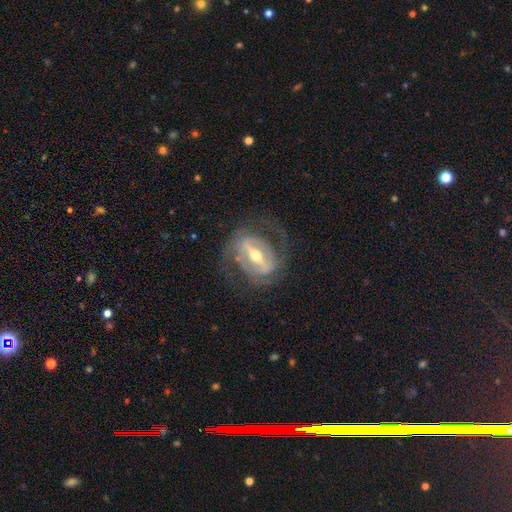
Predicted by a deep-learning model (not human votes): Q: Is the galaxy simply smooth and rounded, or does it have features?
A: featured or disk — 86%.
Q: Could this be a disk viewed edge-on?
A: no — 91%.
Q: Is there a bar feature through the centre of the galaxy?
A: strong — 70%.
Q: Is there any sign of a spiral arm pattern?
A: yes — 75%.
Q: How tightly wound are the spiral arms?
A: medium — 43%.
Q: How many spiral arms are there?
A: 2 — 71%.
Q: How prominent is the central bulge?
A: moderate — 68%.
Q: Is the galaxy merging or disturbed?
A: none — 68%.